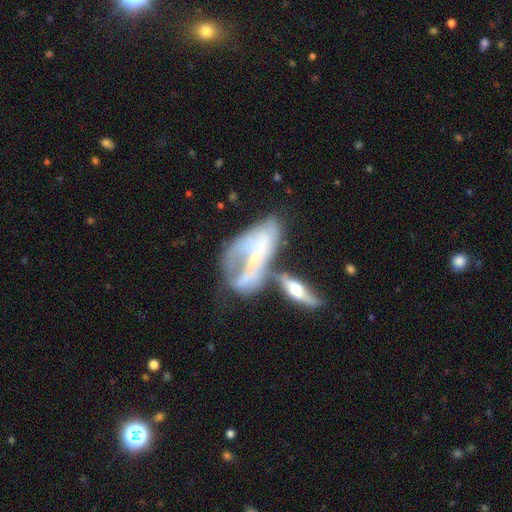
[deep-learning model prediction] The model was most divided on "spiral arms": yes: 54%, no: 46%. More confident: edge-on disk — no (84%); smooth or featured — featured or disk (63%); bar — no (63%); bulge size — small (54%); merging — merger (53%).